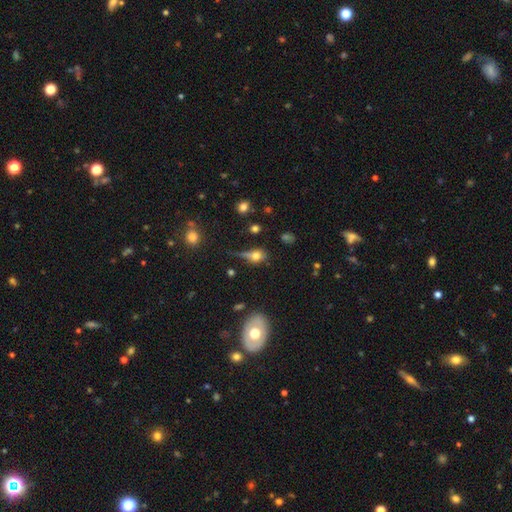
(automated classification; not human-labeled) Morphology: type=smooth (58%); roundness=in between (46%); merging=none (47%).